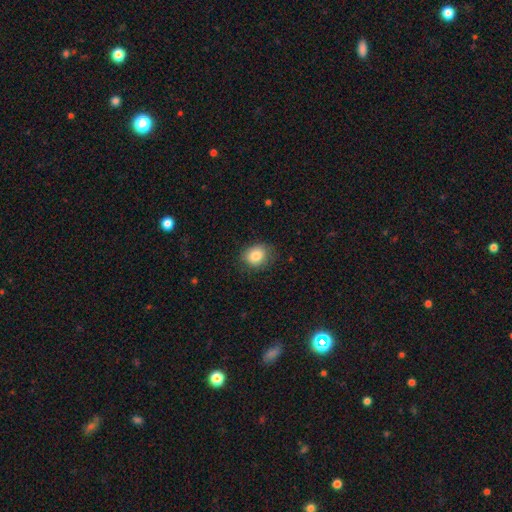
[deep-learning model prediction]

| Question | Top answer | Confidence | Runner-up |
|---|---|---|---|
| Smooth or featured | smooth | 84% | star or artifact (9%) |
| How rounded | round | 59% | in between (40%) |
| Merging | none | 77% | minor disturbance (17%) |